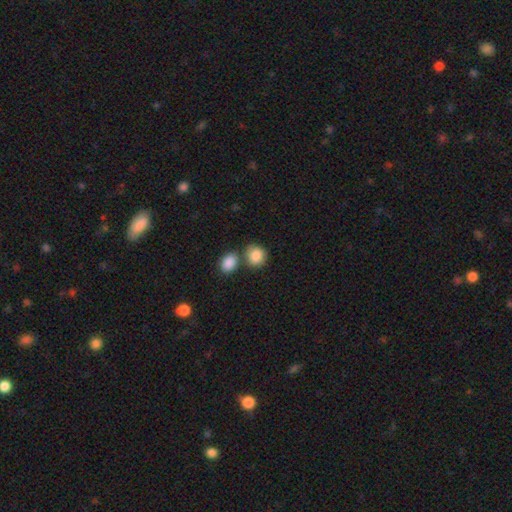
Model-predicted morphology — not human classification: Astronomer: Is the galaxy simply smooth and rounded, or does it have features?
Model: smooth — 88%.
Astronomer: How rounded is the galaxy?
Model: round — 66%.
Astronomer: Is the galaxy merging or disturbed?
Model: none — 55%.